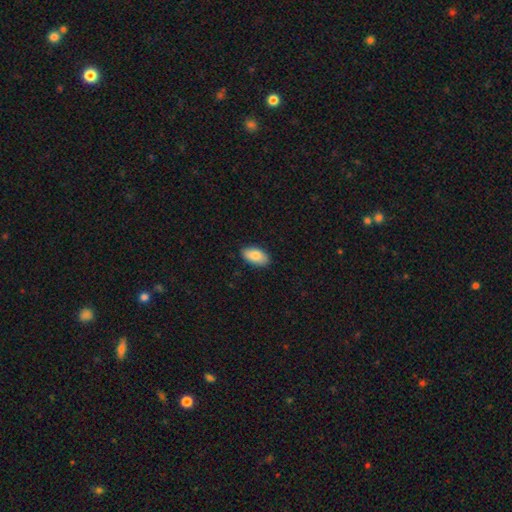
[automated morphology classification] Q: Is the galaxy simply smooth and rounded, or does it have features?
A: smooth — 87%.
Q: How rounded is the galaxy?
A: in between — 94%.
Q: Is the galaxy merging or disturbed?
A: none — 87%.